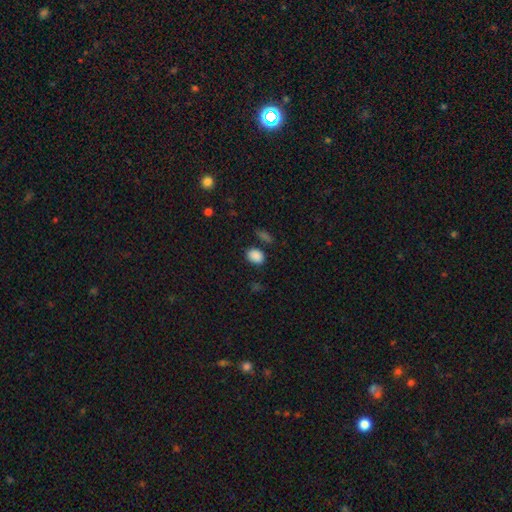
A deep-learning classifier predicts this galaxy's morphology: Smooth or featured?
  - smooth: 87% *
  - star or artifact: 10%
  - featured or disk: 3%
How rounded?
  - in between: 68% *
  - round: 31%
  - cigar-shaped: 1%
Merging?
  - none: 78% *
  - minor disturbance: 12%
  - merger: 6%
  - major disturbance: 4%